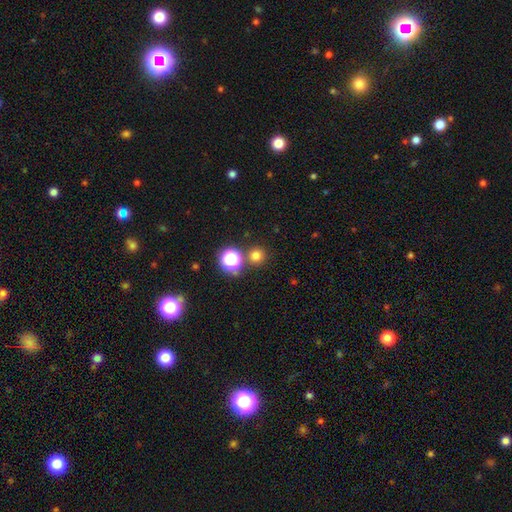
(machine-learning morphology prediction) This is likely a smooth galaxy (74%). How rounded: clearly round (94%). Merging: likely none (79%).